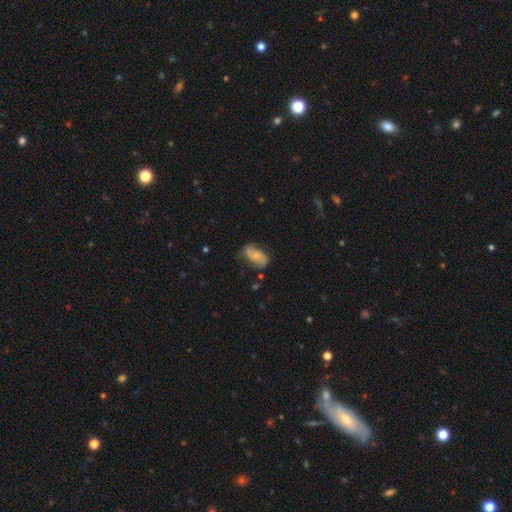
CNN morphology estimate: Smooth or featured?
  - featured or disk: 49% *
  - smooth: 43%
  - star or artifact: 7%
Merging?
  - none: 59% *
  - minor disturbance: 28%
  - major disturbance: 10%
  - merger: 3%